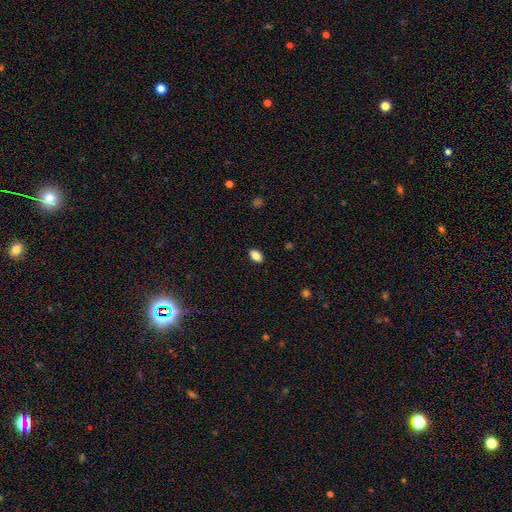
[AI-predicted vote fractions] Q: Smooth or featured?
A: smooth (87%); runner-up: star or artifact (9%)
Q: How rounded?
A: in between (90%); runner-up: round (7%)
Q: Merging?
A: none (89%); runner-up: minor disturbance (8%)